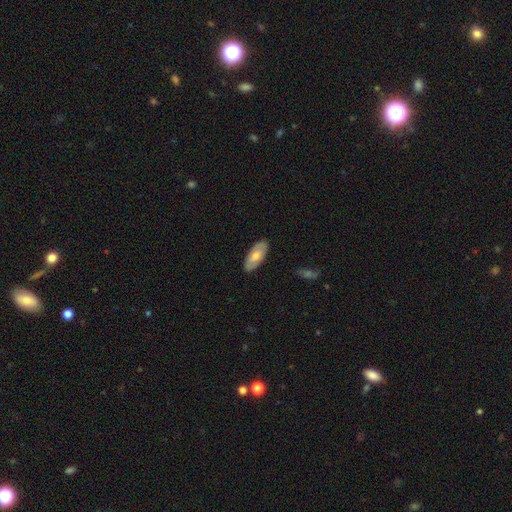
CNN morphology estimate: This is possibly a smooth galaxy (55%). How rounded: clearly in between (89%). Merging: clearly none (87%).